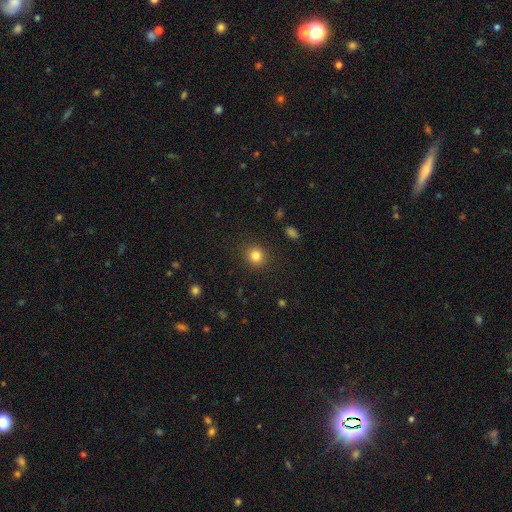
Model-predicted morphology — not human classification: A smooth galaxy with no disk features (82%) that is round (88%).

Vote fractions:
- Smooth or featured? smooth: 82% / star or artifact: 12% / featured or disk: 6%
- How rounded? round: 88% / in between: 11% / cigar-shaped: 1%
- Merging? none: 90% / minor disturbance: 6% / major disturbance: 2% / merger: 1%